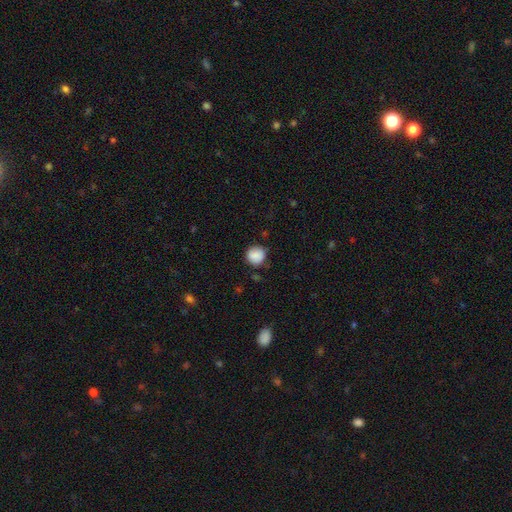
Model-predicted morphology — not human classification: Smooth or featured?
  - smooth: 86% *
  - star or artifact: 8%
  - featured or disk: 6%
How rounded?
  - round: 91% *
  - in between: 8%
  - cigar-shaped: 1%
Merging?
  - none: 79% *
  - minor disturbance: 15%
  - major disturbance: 3%
  - merger: 2%